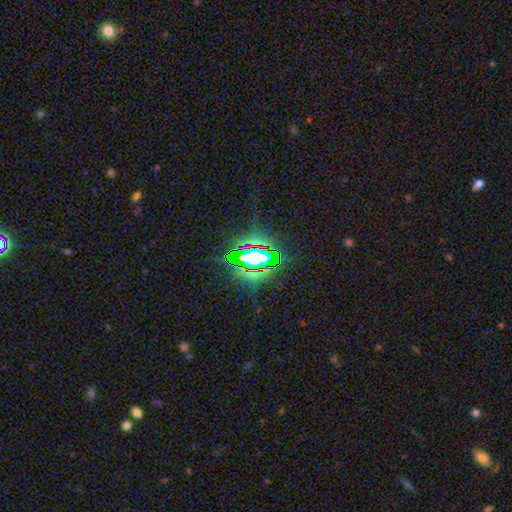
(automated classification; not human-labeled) A star or artifact, not a galaxy (73%).

Vote fractions:
- Smooth or featured? star or artifact: 73% / smooth: 14% / featured or disk: 13%